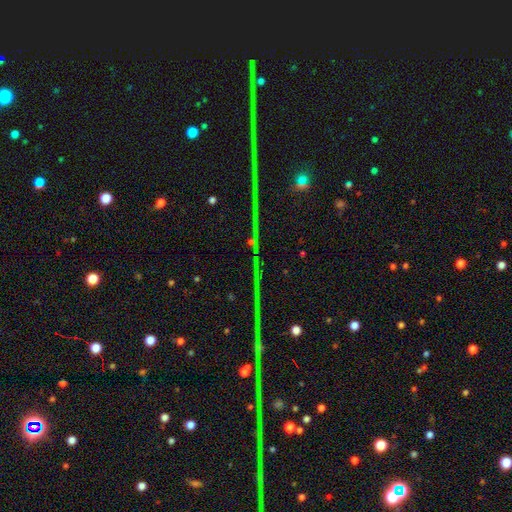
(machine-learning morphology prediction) A star or artifact, not a galaxy (86%).